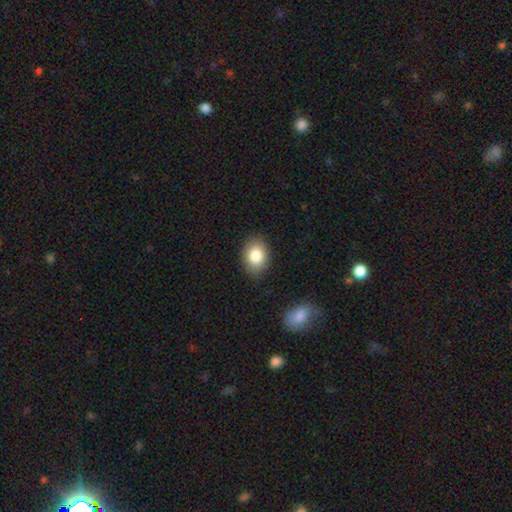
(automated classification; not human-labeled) This is clearly a smooth galaxy (83%). How rounded: likely in between (71%). Merging: clearly none (86%).